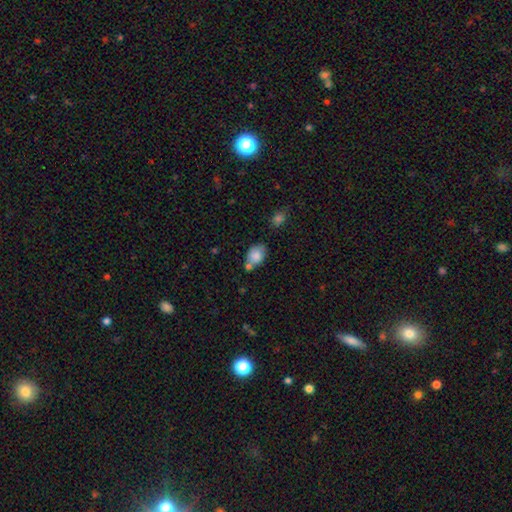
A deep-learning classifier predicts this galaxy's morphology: The model was most divided on "merging": none: 49%, merger: 23%, minor disturbance: 22%, major disturbance: 6%. More confident: smooth or featured — smooth (81%); how rounded — in between (73%).